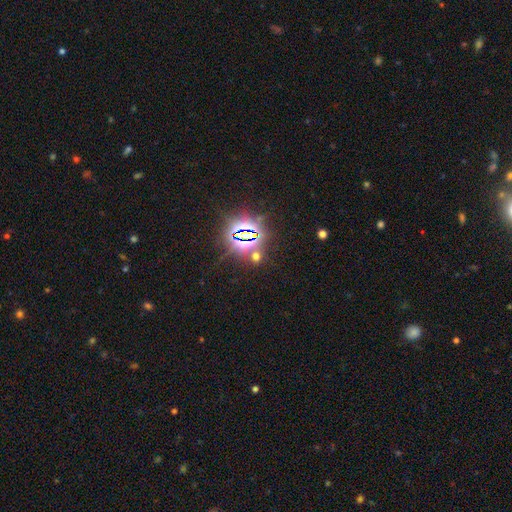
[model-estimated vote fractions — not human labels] Q: Smooth or featured?
A: star or artifact (68%); runner-up: smooth (25%)